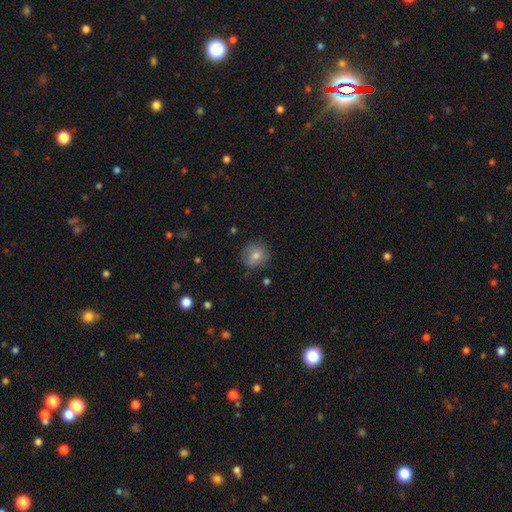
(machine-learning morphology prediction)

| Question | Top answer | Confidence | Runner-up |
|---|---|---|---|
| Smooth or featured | smooth | 74% | featured or disk (14%) |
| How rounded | round | 87% | in between (12%) |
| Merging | none | 80% | minor disturbance (15%) |